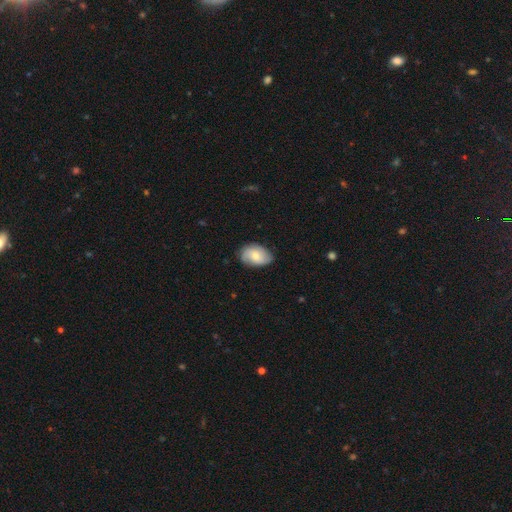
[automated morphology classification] This is possibly a smooth galaxy (59%). How rounded: clearly in between (85%). Merging: likely none (75%).